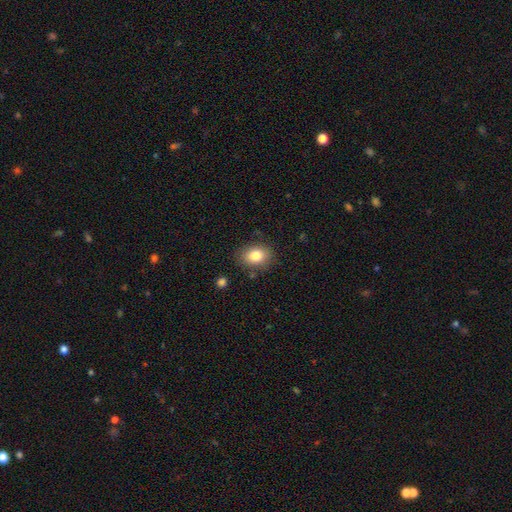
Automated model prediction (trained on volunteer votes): A smooth galaxy with no disk features (81%) that is in between round and cigar-shaped (62%).

Vote fractions:
- Smooth or featured? smooth: 81% / featured or disk: 10% / star or artifact: 9%
- How rounded? in between: 62% / round: 37% / cigar-shaped: 1%
- Merging? none: 83% / minor disturbance: 12% / major disturbance: 3% / merger: 2%